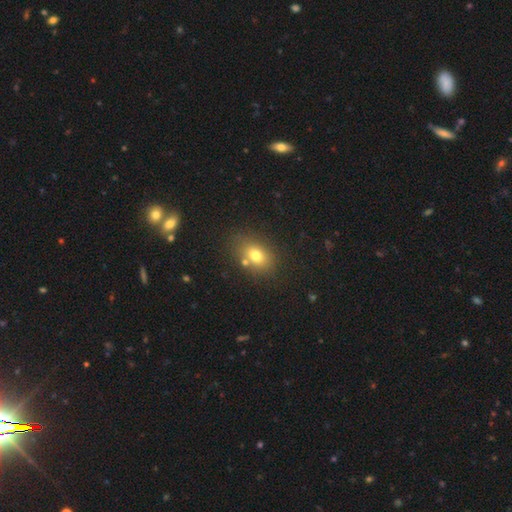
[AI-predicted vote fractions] Smooth or featured?
  - smooth: 74% *
  - featured or disk: 13%
  - star or artifact: 13%
How rounded?
  - in between: 70% *
  - round: 29%
  - cigar-shaped: 1%
Merging?
  - none: 71% *
  - minor disturbance: 13%
  - merger: 12%
  - major disturbance: 4%